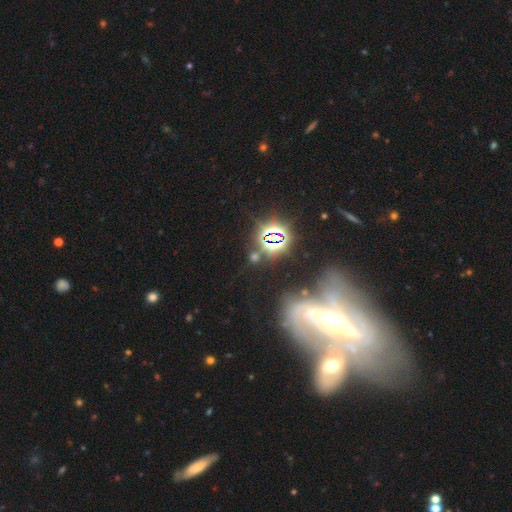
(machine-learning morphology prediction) Smooth or featured? star or artifact (46%)